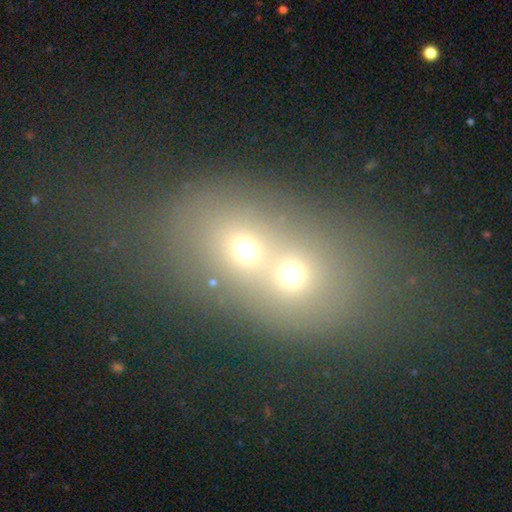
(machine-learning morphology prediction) Smooth or featured? Predicted: smooth (p=0.53). How rounded? Predicted: round (p=0.49, tied with in between). Merging? Predicted: merger (p=0.76).